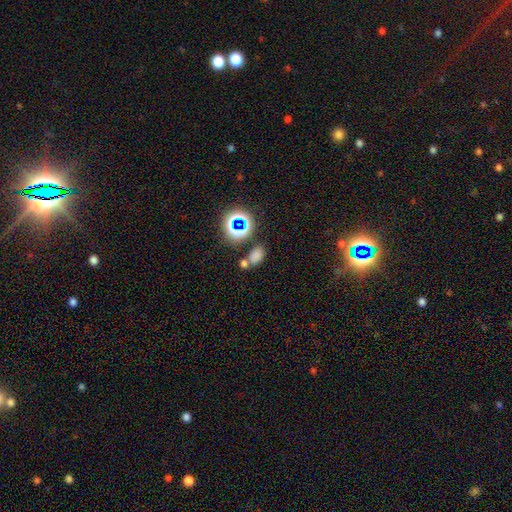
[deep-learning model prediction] The model was most divided on "merging": none: 57%, merger: 25%, minor disturbance: 12%, major disturbance: 6%. More confident: how rounded — in between (79%); smooth or featured — smooth (67%).